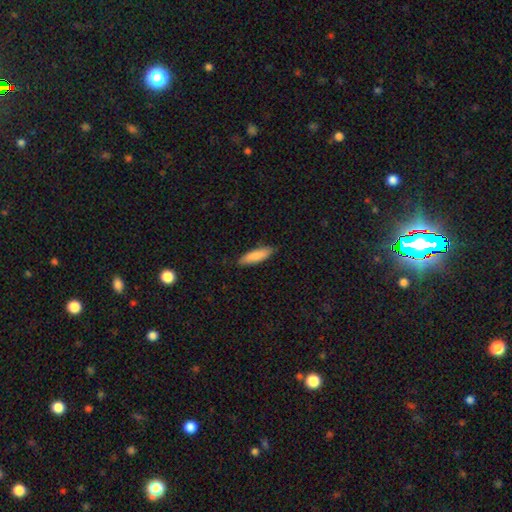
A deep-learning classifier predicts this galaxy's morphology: A smooth galaxy with no disk features (85%) that is cigar-shaped (58%). Merging: none (86%).